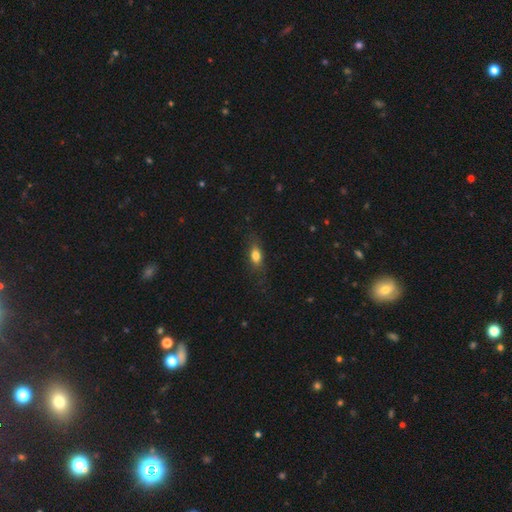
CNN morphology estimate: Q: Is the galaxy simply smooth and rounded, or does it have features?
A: smooth — 77%.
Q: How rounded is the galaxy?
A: in between — 73%.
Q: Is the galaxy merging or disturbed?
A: none — 75%.